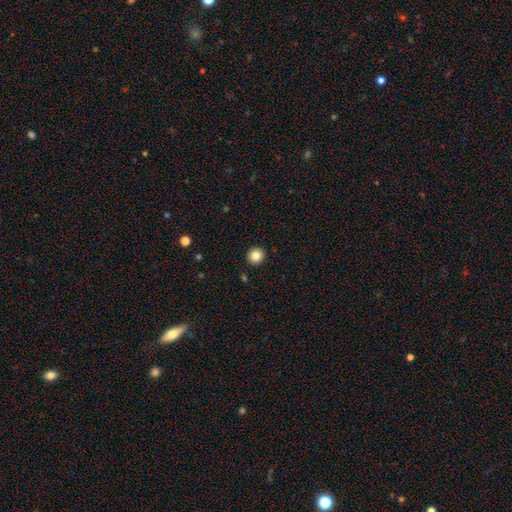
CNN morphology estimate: smooth_or_featured: smooth (p=0.84) [alt: star or artifact p=0.10]
how_rounded: round (p=0.91) [alt: in between p=0.08]
merging: none (p=0.93) [alt: minor disturbance p=0.05]